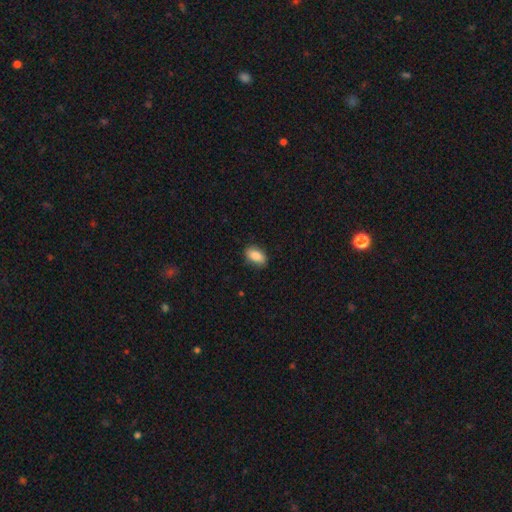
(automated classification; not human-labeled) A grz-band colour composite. It shows a smooth galaxy with no disk features (85%) that is in between round and cigar-shaped (90%). Merging: none (85%).